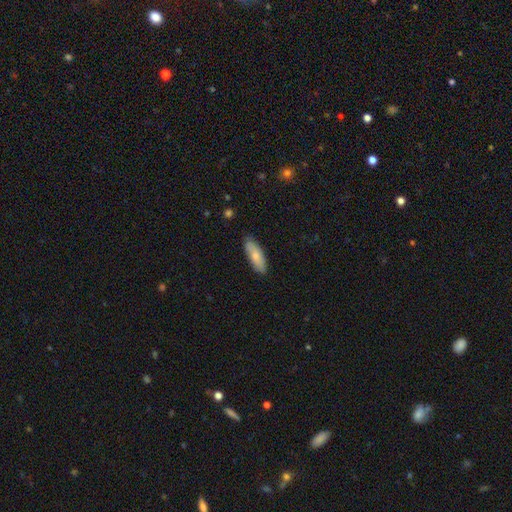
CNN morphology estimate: Smooth or featured?
  - smooth: 78% *
  - featured or disk: 17%
  - star or artifact: 6%
How rounded?
  - in between: 63% *
  - cigar-shaped: 35%
  - round: 2%
Merging?
  - none: 83% *
  - minor disturbance: 14%
  - major disturbance: 2%
  - merger: 1%